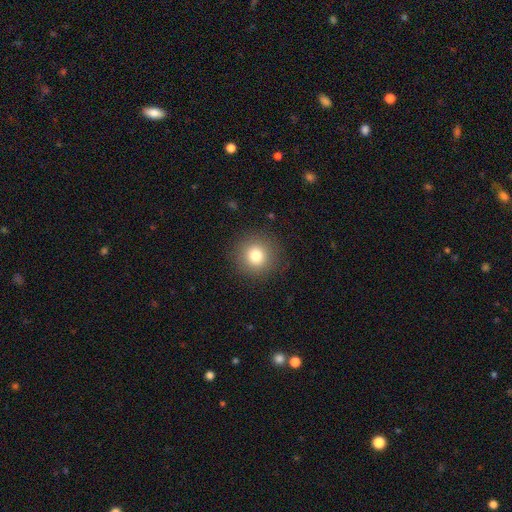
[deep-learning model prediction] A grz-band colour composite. It shows a smooth galaxy with no disk features (78%) that is round (94%). Merging: none (90%).